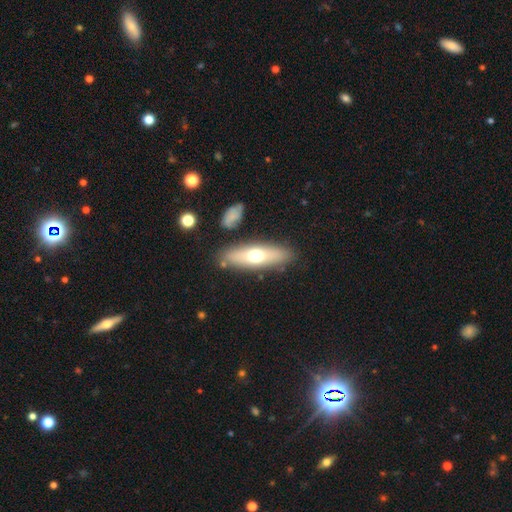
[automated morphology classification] Smooth or featured: smooth — 57% (featured or disk — 37%)
How rounded: cigar-shaped — 49% (in between — 48%)
Merging: none — 83% (minor disturbance — 10%)